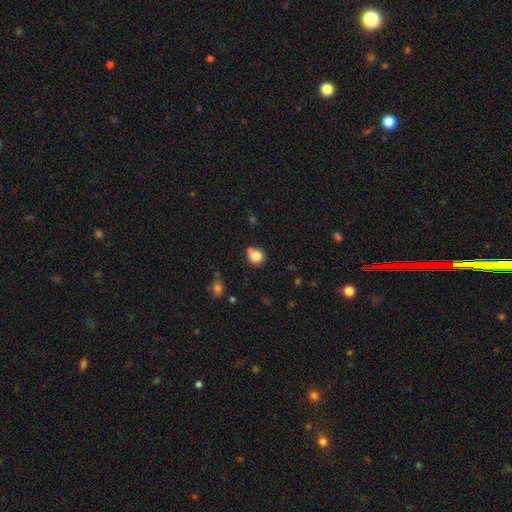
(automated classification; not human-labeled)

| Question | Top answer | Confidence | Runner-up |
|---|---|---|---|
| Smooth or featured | smooth | 81% | star or artifact (10%) |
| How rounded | round | 86% | in between (13%) |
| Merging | none | 63% | merger (20%) |